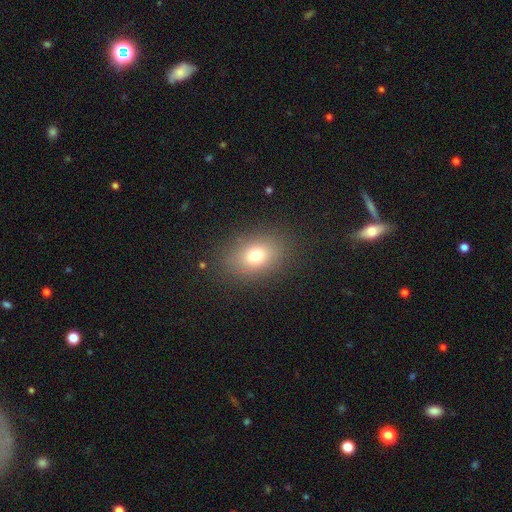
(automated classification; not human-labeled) This appears to be a smooth galaxy with no disk features (75%) that is in between round and cigar-shaped (73%). Merging: none (85%).